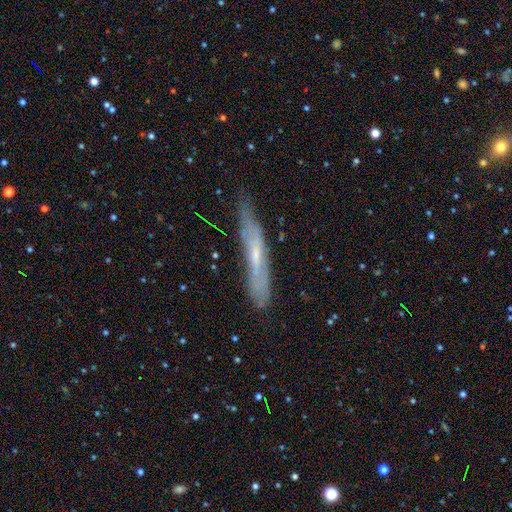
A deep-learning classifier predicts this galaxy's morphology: smooth_or_featured: featured or disk (p=0.57) [alt: smooth p=0.34]
disk_edge_on: yes (p=0.74) [alt: no p=0.26]
merging: none (p=0.74) [alt: minor disturbance p=0.20]